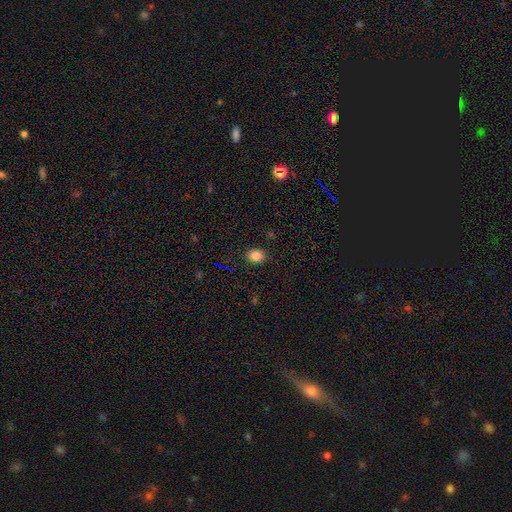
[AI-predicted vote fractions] smooth-or-featured: smooth: 84% | star or artifact: 12% | featured or disk: 5%
  how-rounded: round: 63% | in between: 37% | cigar-shaped: 1%
  merging: none: 89% | minor disturbance: 8% | major disturbance: 2% | merger: 1%